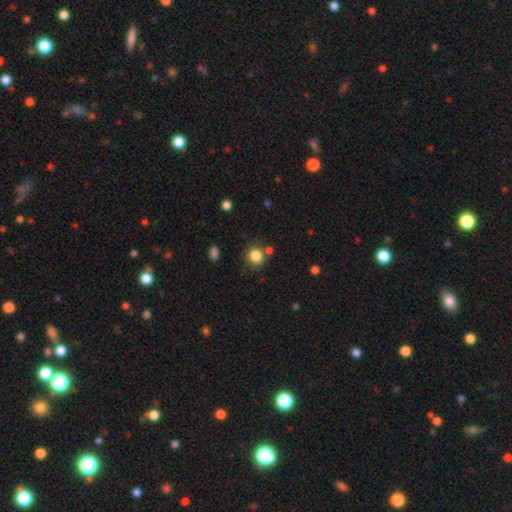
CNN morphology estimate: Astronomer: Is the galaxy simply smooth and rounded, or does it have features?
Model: smooth — 84%.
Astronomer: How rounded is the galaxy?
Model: round — 87%.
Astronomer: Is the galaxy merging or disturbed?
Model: none — 74%.